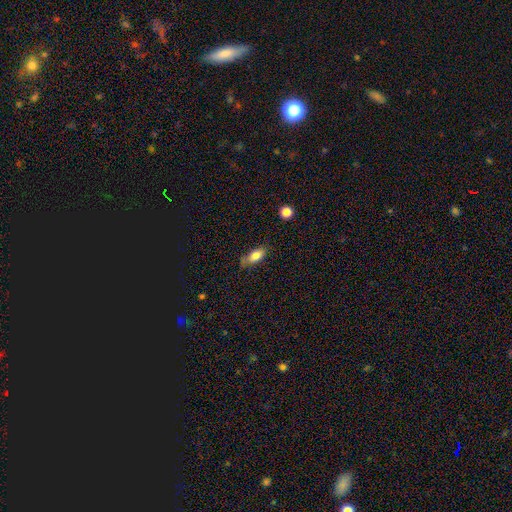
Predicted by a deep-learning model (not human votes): smooth-or-featured: smooth: 77% | featured or disk: 16% | star or artifact: 8%
  how-rounded: in between: 82% | cigar-shaped: 15% | round: 4%
  merging: none: 63% | minor disturbance: 28% | major disturbance: 7% | merger: 2%